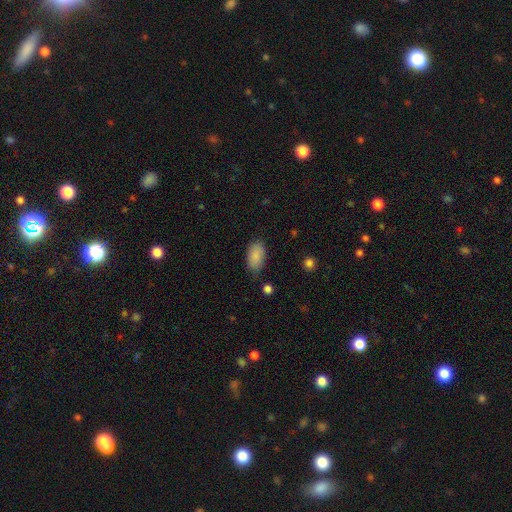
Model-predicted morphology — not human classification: A smooth galaxy with no disk features (87%) that is in between round and cigar-shaped (94%). Merging: none (77%).